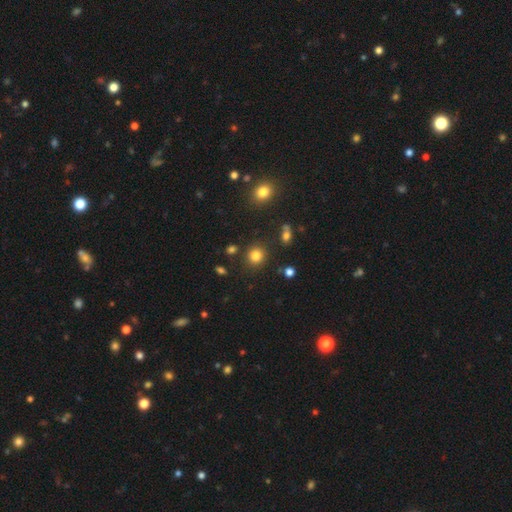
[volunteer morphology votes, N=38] This appears to be a smooth galaxy with no disk features (84%) that is round (94%). Merging: none (72%).